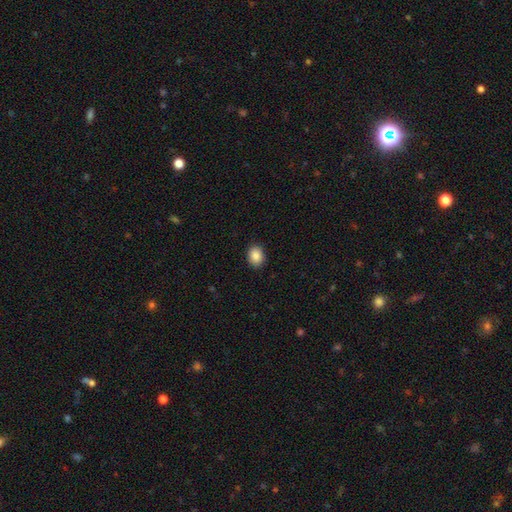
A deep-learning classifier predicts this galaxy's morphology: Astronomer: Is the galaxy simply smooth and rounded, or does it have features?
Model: smooth — 88%.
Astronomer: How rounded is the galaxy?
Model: in between — 60% (runner-up: round, 39%).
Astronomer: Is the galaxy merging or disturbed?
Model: none — 90%.